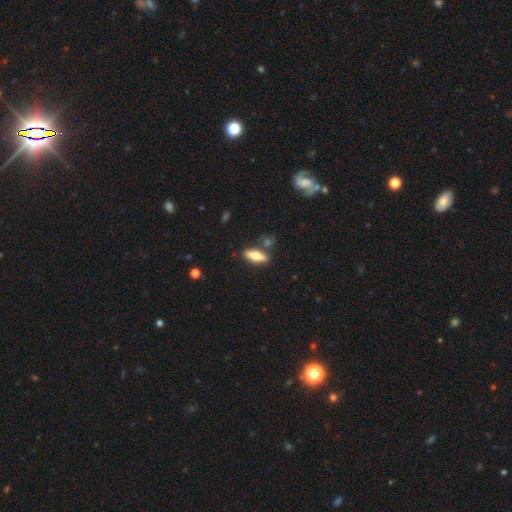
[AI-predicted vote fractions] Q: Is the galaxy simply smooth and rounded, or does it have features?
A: smooth — 59%.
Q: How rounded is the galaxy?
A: in between — 55%.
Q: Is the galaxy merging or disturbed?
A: none — 78%.